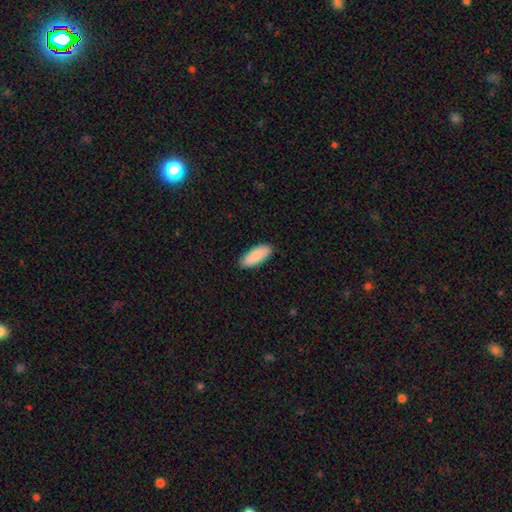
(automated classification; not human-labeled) Smooth or featured?
  - smooth: 85% *
  - featured or disk: 10%
  - star or artifact: 5%
How rounded?
  - in between: 80% *
  - cigar-shaped: 19%
  - round: 2%
Merging?
  - none: 88% *
  - minor disturbance: 10%
  - major disturbance: 2%
  - merger: 1%